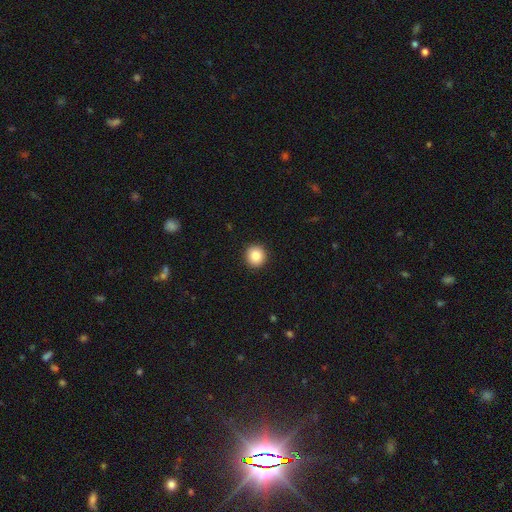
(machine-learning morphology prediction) smooth_or_featured: smooth (p=0.86) [alt: star or artifact p=0.09]
how_rounded: round (p=0.92) [alt: in between p=0.07]
merging: none (p=0.92) [alt: minor disturbance p=0.05]